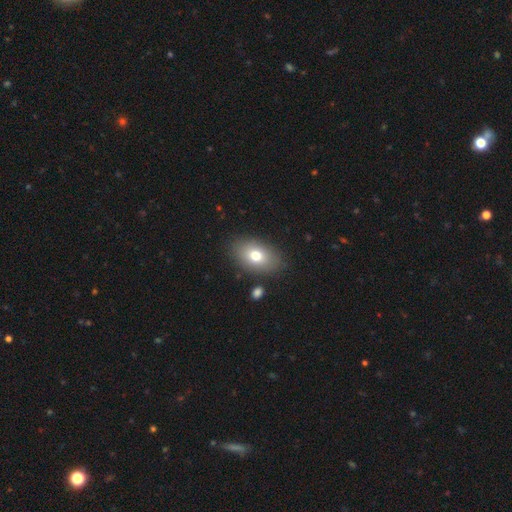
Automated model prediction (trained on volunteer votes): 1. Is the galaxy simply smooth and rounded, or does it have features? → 75% smooth, 16% featured or disk, 10% star or artifact.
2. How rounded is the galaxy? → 85% in between, 14% round, 1% cigar-shaped.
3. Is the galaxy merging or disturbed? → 84% none, 10% minor disturbance, 3% major disturbance, 3% merger.